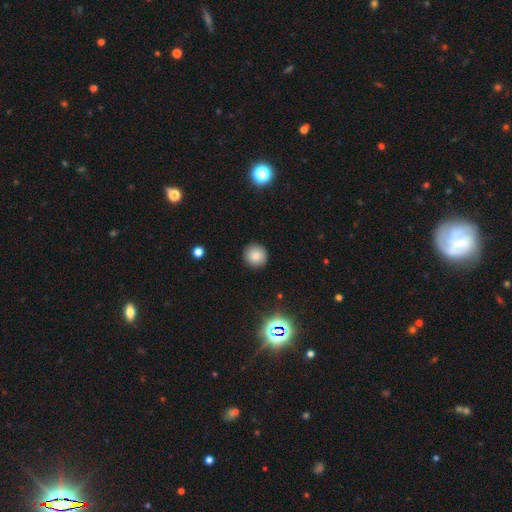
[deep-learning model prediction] A smooth galaxy with no disk features (82%) that is round (93%). Merging: none (91%).